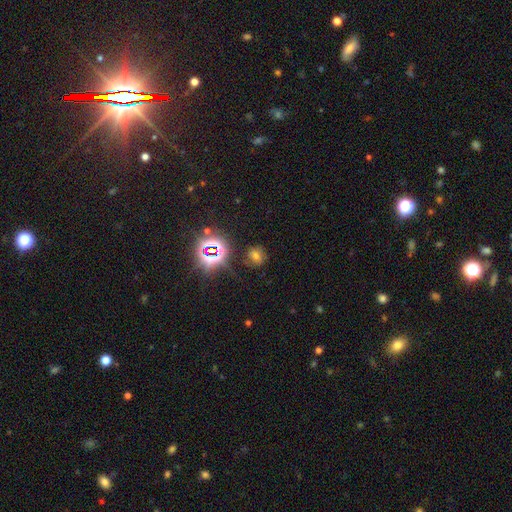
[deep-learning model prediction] Smooth or featured?
  - smooth: 49% *
  - star or artifact: 37%
  - featured or disk: 14%
Merging?
  - none: 76% *
  - minor disturbance: 14%
  - major disturbance: 6%
  - merger: 3%